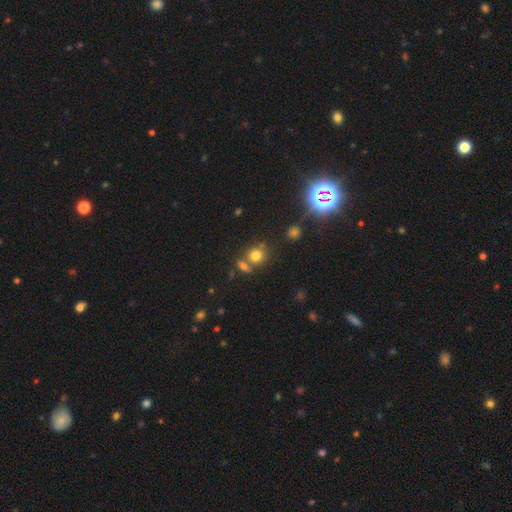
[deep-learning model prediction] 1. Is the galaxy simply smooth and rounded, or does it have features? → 74% smooth, 17% star or artifact, 10% featured or disk.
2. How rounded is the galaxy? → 81% round, 18% in between, 2% cigar-shaped.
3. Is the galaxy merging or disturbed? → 59% none, 27% merger, 10% minor disturbance, 4% major disturbance.